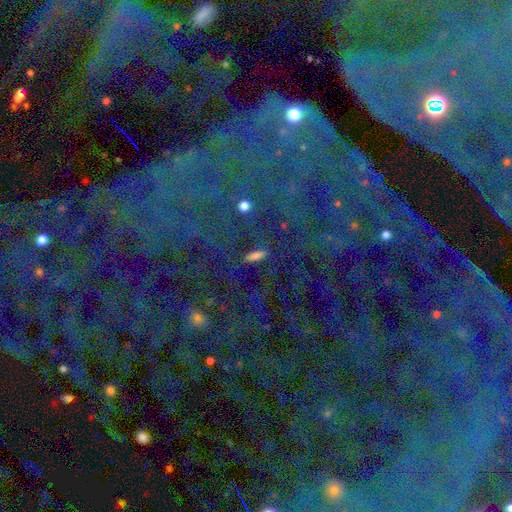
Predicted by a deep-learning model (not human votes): smooth_or_featured: smooth (p=0.54) [alt: star or artifact p=0.32]
how_rounded: in between (p=0.55) [alt: cigar-shaped p=0.31]
merging: none (p=0.80) [alt: minor disturbance p=0.11]